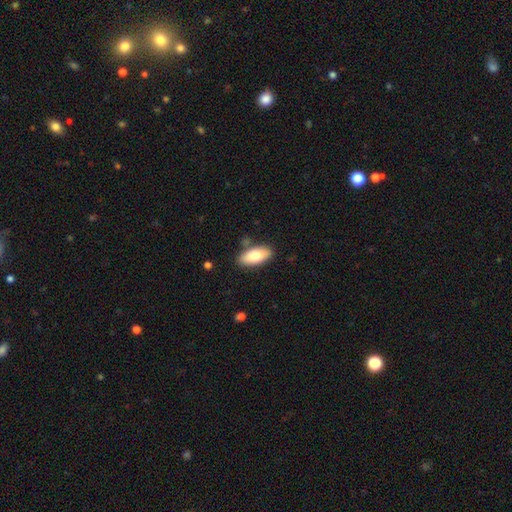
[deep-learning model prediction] A smooth galaxy with no disk features (76%) that is in between round and cigar-shaped (85%). Merging: none (82%).